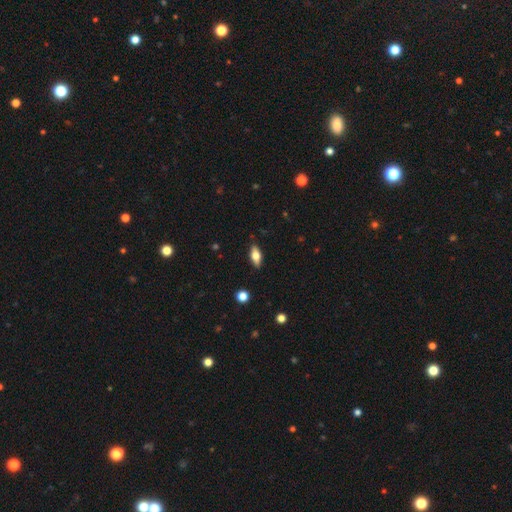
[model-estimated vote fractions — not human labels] smooth_or_featured: smooth (p=0.61) [alt: featured or disk p=0.32]
how_rounded: in between (p=0.78) [alt: cigar-shaped p=0.19]
merging: none (p=0.87) [alt: minor disturbance p=0.10]